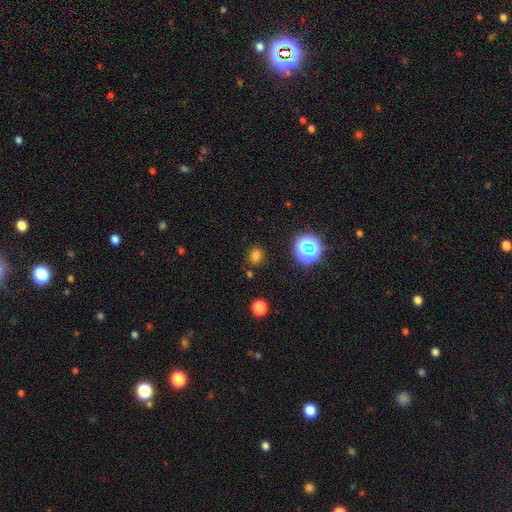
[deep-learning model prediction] Overall: smooth (72%). How rounded: round (73%). Merging: none (82%).